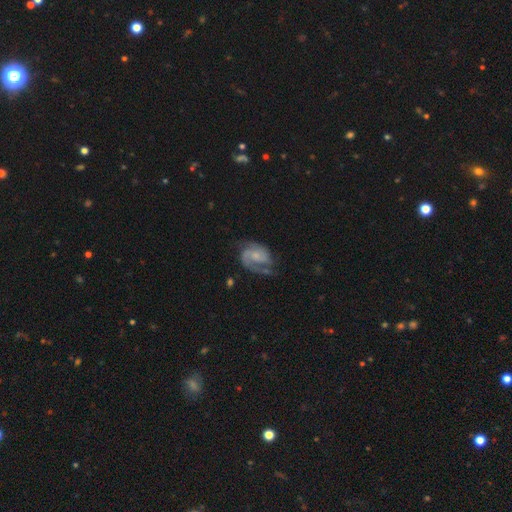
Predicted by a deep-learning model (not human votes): Smooth or featured: featured or disk — 79% (smooth — 15%)
Edge-on disk: no — 98% (yes — 2%)
Bar: no — 59% (weak — 34%)
Spiral arms: yes — 94% (no — 6%)
Spiral winding: medium — 47% (tight — 30%)
Spiral arm count: 2 — 66% (1 — 22%)
Bulge size: small — 49% (moderate — 29%)
Merging: none — 53% (minor disturbance — 23%)